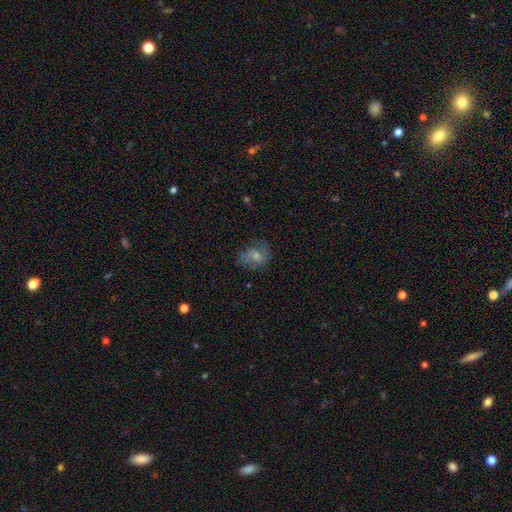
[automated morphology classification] The model was most divided on "smooth or featured": featured or disk: 48%, smooth: 36%, star or artifact: 15%. More confident: merging — none (69%).